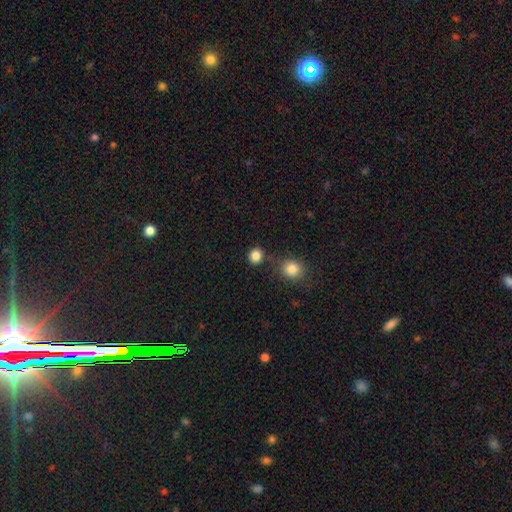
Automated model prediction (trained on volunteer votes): A smooth galaxy with no disk features (86%) that is round (80%).

Vote fractions:
- Smooth or featured? smooth: 86% / star or artifact: 11% / featured or disk: 3%
- How rounded? round: 80% / in between: 19% / cigar-shaped: 1%
- Merging? none: 79% / minor disturbance: 10% / merger: 8% / major disturbance: 3%